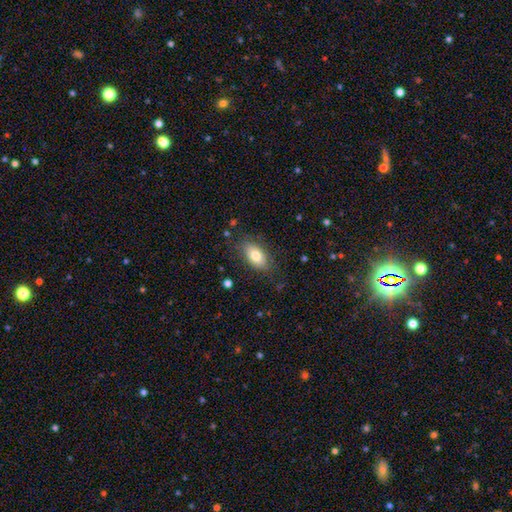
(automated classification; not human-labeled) smooth 78%, featured or disk 14%, star or artifact 7%. Down the decision tree: how rounded — in between (92%); merging — none (79%).